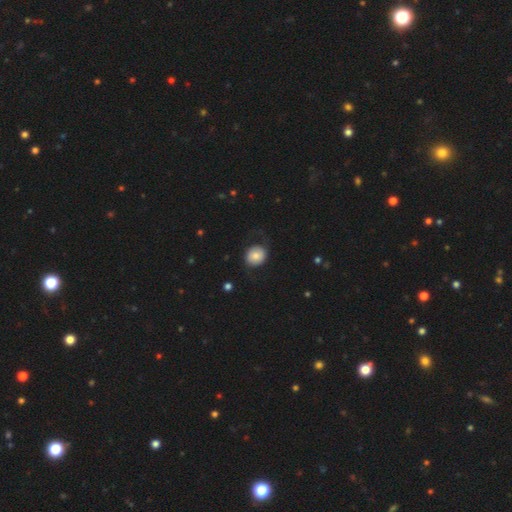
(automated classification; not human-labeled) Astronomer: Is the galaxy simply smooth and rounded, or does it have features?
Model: smooth — 71%.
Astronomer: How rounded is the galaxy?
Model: round — 76%.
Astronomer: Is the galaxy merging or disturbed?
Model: none — 65%.